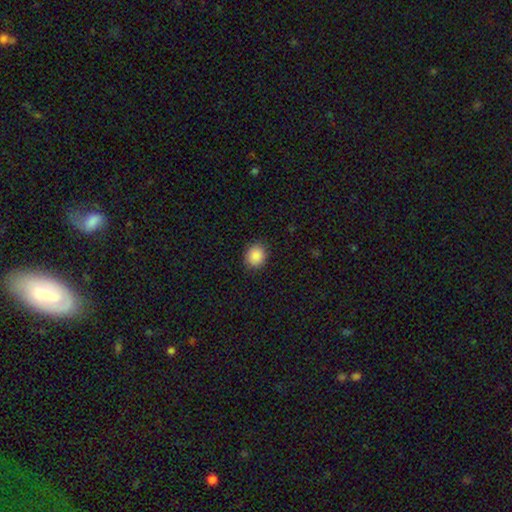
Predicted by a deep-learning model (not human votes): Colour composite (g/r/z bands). It shows a smooth galaxy with no disk features (88%) that is round (76%). Merging: none (88%).